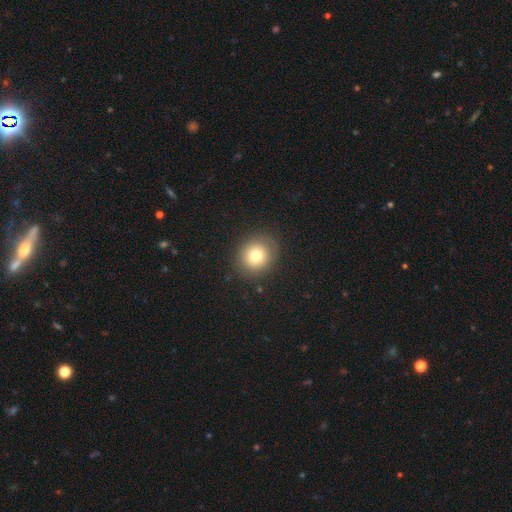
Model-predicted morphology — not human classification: The model was most divided on "smooth or featured": smooth: 75%, featured or disk: 14%, star or artifact: 11%. More confident: merging — none (85%); how rounded — round (84%).